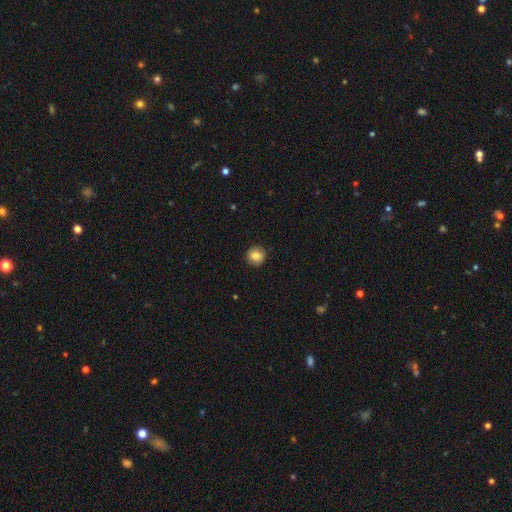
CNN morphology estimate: Q: Smooth or featured?
A: smooth (84%); runner-up: star or artifact (9%)
Q: How rounded?
A: round (93%); runner-up: in between (6%)
Q: Merging?
A: none (90%); runner-up: minor disturbance (7%)